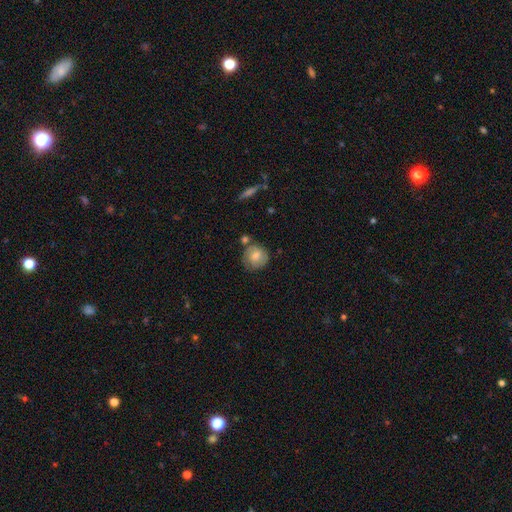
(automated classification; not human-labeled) Smooth or featured? Predicted: smooth (p=0.66). How rounded? Predicted: round (p=0.87). Merging? Predicted: none (p=0.63).